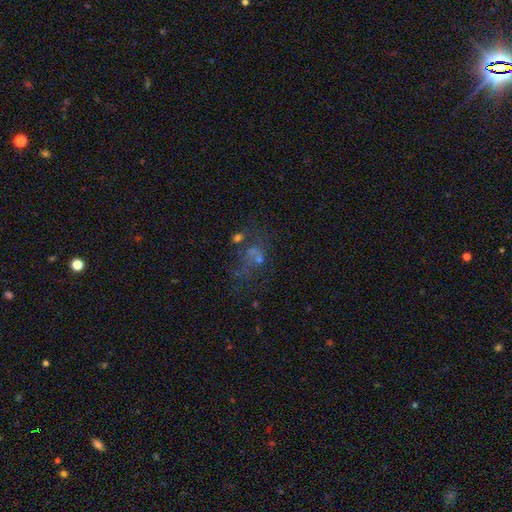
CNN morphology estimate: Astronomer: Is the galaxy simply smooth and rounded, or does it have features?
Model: featured or disk — 40% (runner-up: star or artifact, 30%).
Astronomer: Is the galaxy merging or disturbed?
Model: none — 34% (runner-up: major disturbance, 31%).